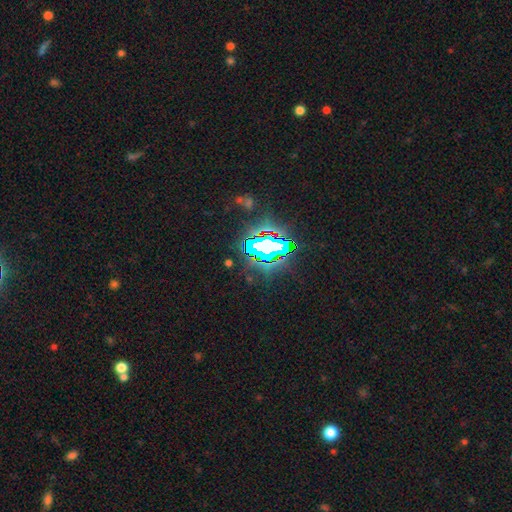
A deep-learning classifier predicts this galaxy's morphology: The model was most divided on "smooth or featured": star or artifact: 85%, smooth: 9%, featured or disk: 6%.